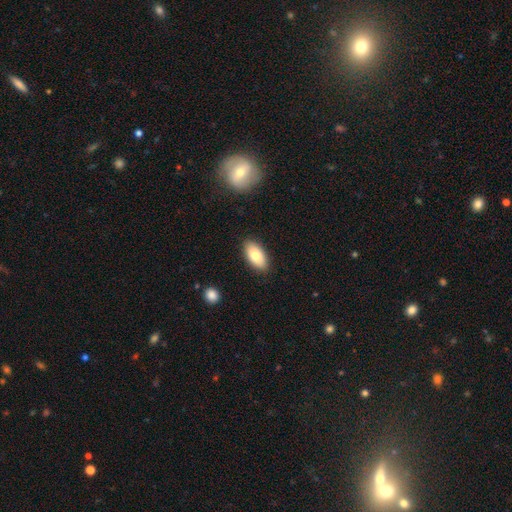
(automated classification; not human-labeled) This appears to be a smooth galaxy with no disk features (81%) that is in between round and cigar-shaped (92%). Merging: none (88%).